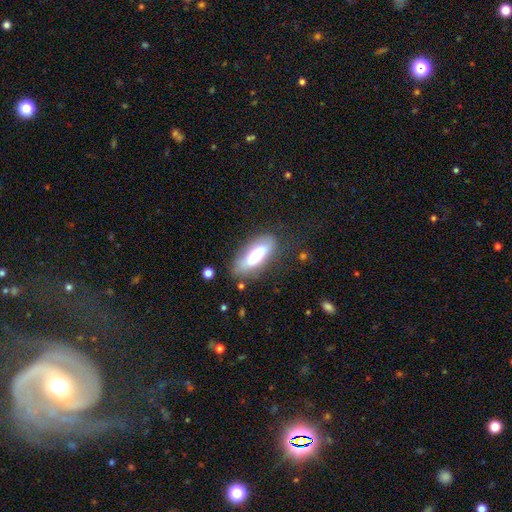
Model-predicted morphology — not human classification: Smooth or featured? Predicted: smooth (p=0.62). How rounded? Predicted: in between (p=0.70). Merging? Predicted: none (p=0.74).